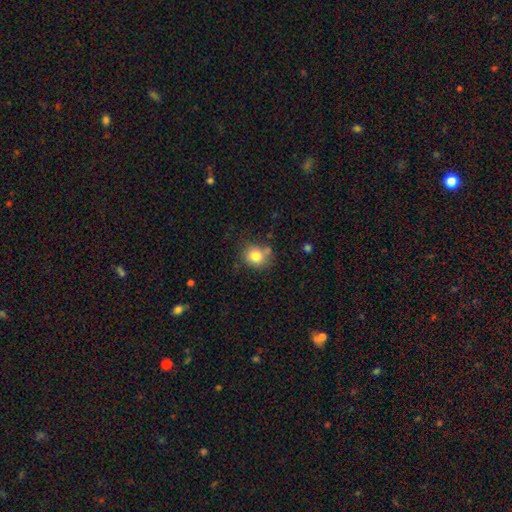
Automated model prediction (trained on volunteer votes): smooth-or-featured: smooth: 80% | star or artifact: 10% | featured or disk: 10%
  how-rounded: round: 72% | in between: 27% | cigar-shaped: 1%
  merging: none: 67% | minor disturbance: 18% | merger: 10% | major disturbance: 5%